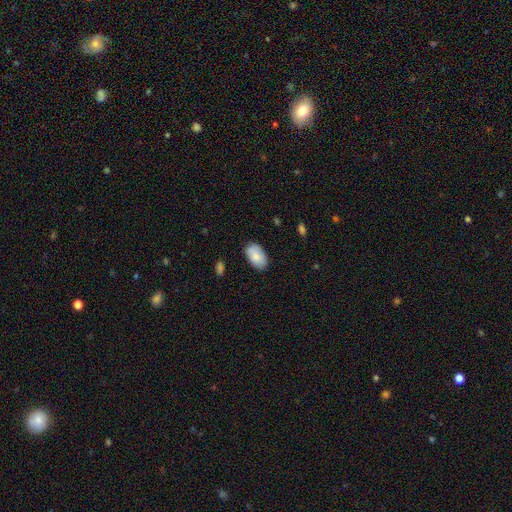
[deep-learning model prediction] This is clearly a smooth galaxy (83%). How rounded: clearly in between (93%). Merging: likely none (77%).